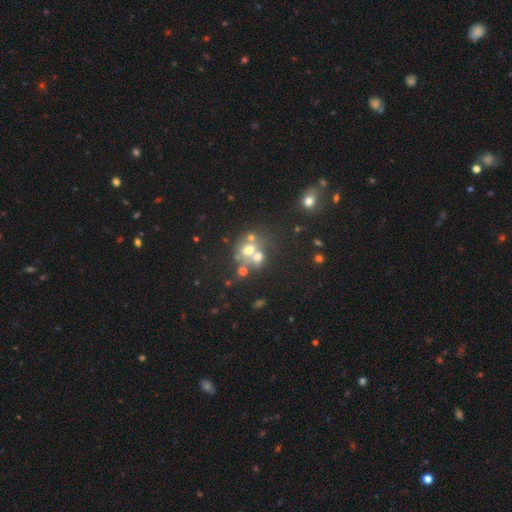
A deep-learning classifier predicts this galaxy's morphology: Overall: smooth (48%; featured or disk 28%). Merging: merger (45%; none 41%).